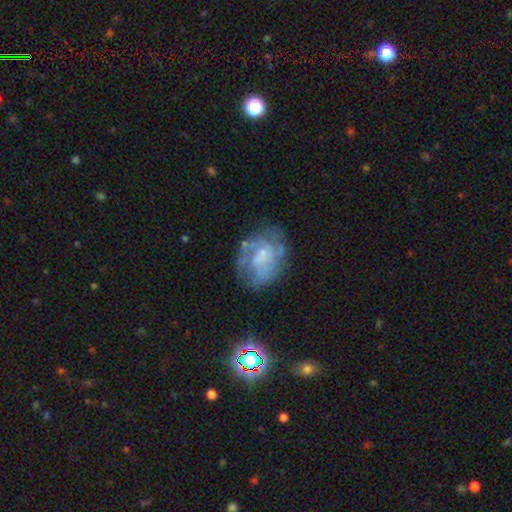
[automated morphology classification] Overall: featured or disk (67%). Edge-on disk: no (97%). Bar: no (63%; weak 31%). Spiral arms: yes (74%). Bulge size: small (55%; none 24%). Merging: none (62%).